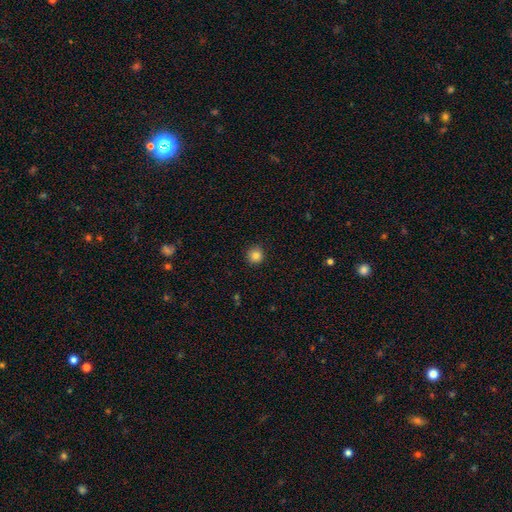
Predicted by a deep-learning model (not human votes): Smooth or featured? smooth (84%)
How rounded? round (95%)
Merging? none (91%)